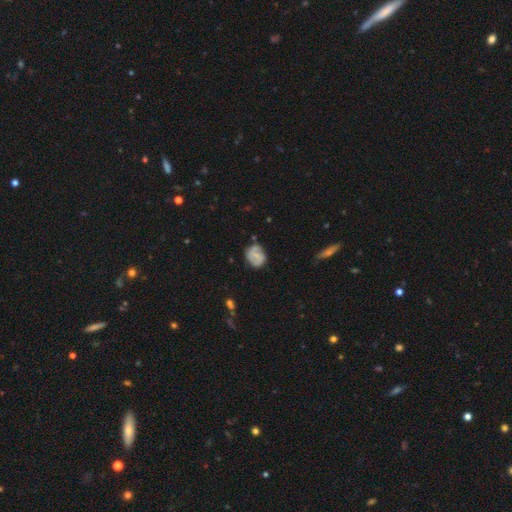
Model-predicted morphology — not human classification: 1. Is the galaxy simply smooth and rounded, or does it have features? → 46% smooth (tied), 46% featured or disk (tied), 8% star or artifact.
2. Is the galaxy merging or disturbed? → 64% none, 26% minor disturbance, 7% major disturbance, 4% merger.